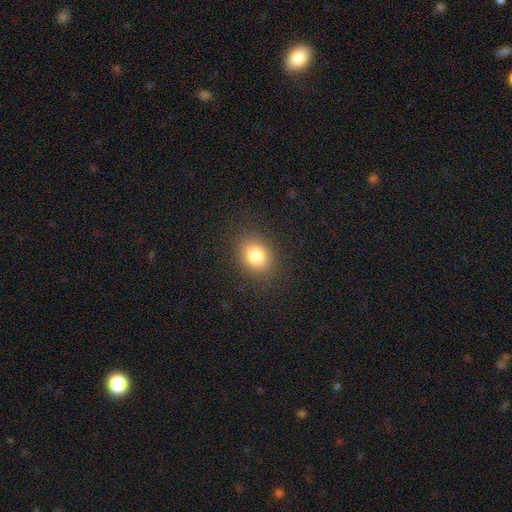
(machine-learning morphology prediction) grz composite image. It shows a smooth galaxy with no disk features (81%) that is round (50%). Merging: none (87%).